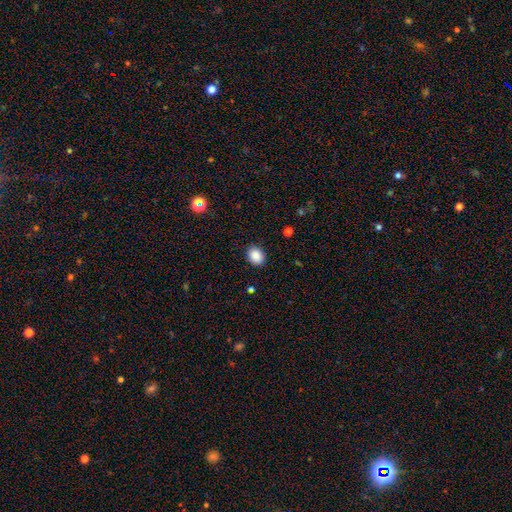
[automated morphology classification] smooth 88%, star or artifact 9%, featured or disk 3%. Down the decision tree: how rounded — in between (55%); merging — none (89%).